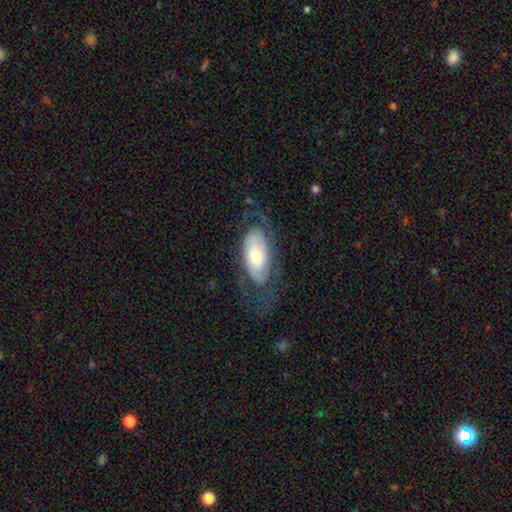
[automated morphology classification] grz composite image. It shows a featured or disk galaxy (66%) with no bar (59%), 2 (69%) medium (41%) spiral arms (86%) and a moderate central bulge (46%). Merging: none (60%).